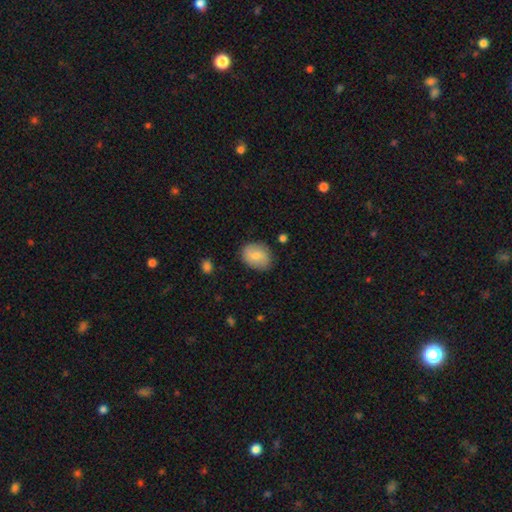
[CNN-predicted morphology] The model was most divided on "how rounded": in between: 56%, round: 43%, cigar-shaped: 1%. More confident: merging — none (82%); smooth or featured — smooth (74%).